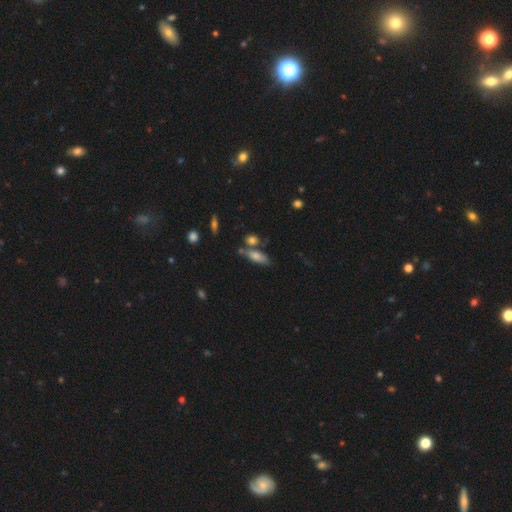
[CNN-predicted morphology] Smooth or featured? smooth (73%)
How rounded? in between (60%)
Merging? none (59%)